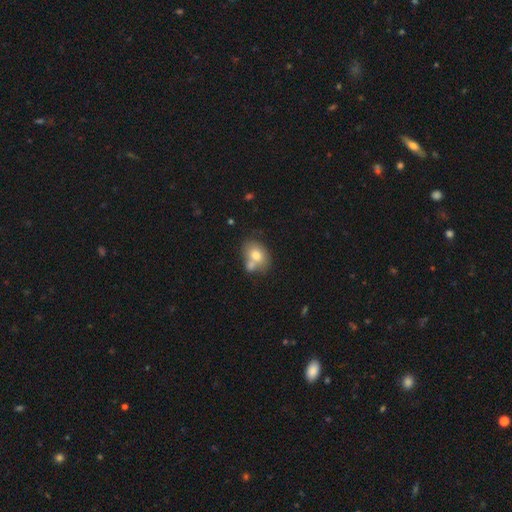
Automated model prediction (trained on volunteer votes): smooth-or-featured: smooth: 75% | featured or disk: 17% | star or artifact: 8%
  how-rounded: in between: 72% | round: 26% | cigar-shaped: 1%
  merging: none: 44% | merger: 36% | minor disturbance: 15% | major disturbance: 5%